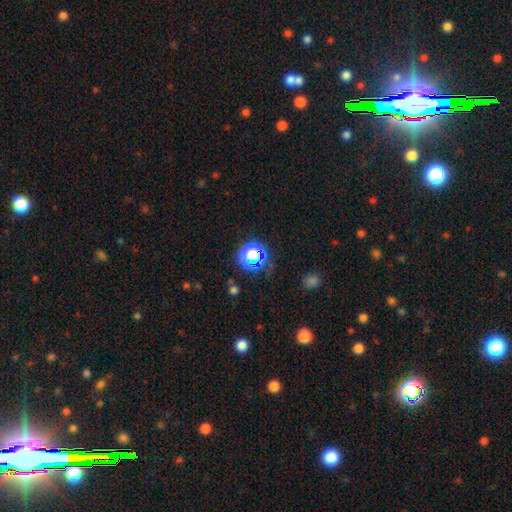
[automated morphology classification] A star or artifact, not a galaxy (59%).